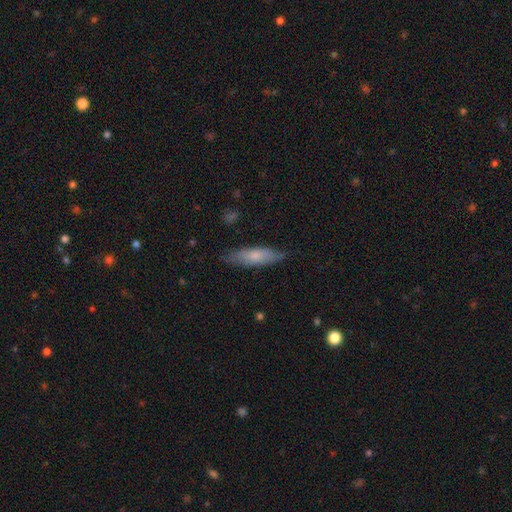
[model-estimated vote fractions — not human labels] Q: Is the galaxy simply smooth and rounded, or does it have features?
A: smooth — 70%.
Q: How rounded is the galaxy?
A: cigar-shaped — 59%.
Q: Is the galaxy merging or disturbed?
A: none — 77%.